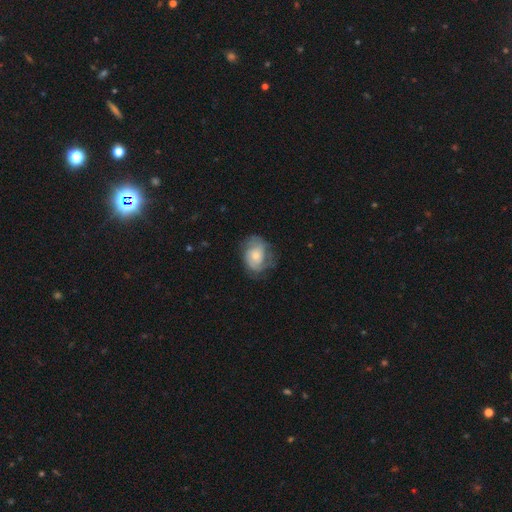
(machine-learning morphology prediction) This appears to be a featured or disk galaxy (59%) with no bar (76%), spiral arms (82%) and a small central bulge (45%, tied with moderate). Merging: none (59%).